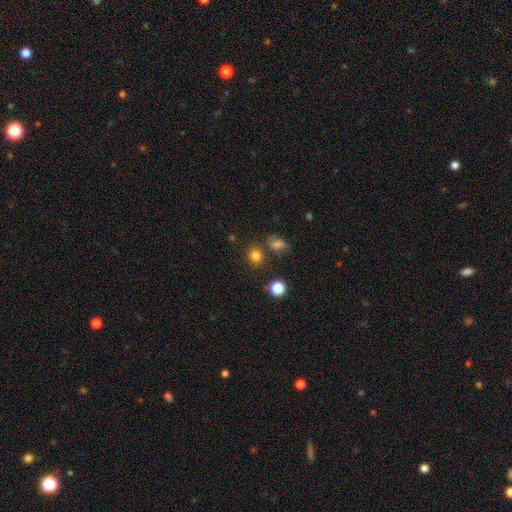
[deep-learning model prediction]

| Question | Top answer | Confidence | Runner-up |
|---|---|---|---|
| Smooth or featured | smooth | 80% | star or artifact (14%) |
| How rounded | round | 76% | in between (23%) |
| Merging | none | 76% | minor disturbance (10%) |